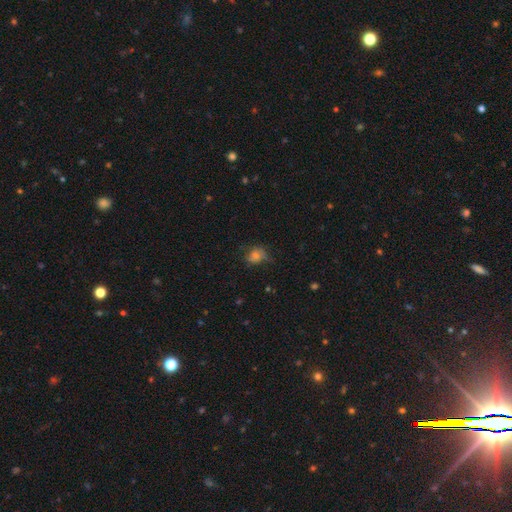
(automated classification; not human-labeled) A smooth galaxy with no disk features (67%) that is round (56%). Merging: none (54%).